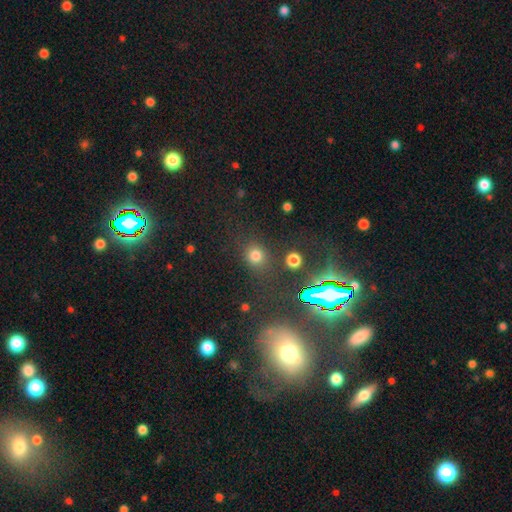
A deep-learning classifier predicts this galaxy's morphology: Smooth or featured? smooth (73%)
How rounded? round (77%)
Merging? none (78%)